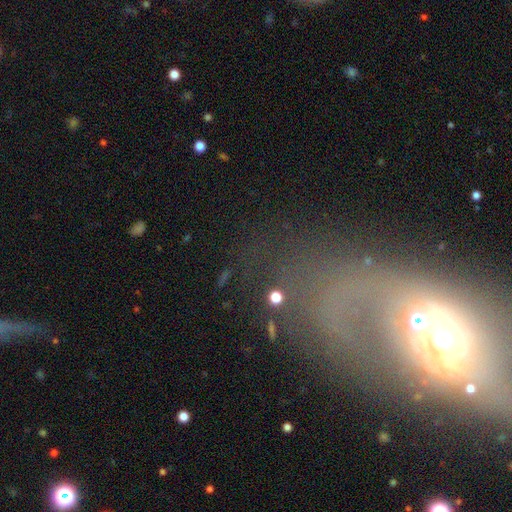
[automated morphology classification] Smooth or featured? featured or disk (50%)
Edge-on disk? no (87%)
Merging? none (44%)